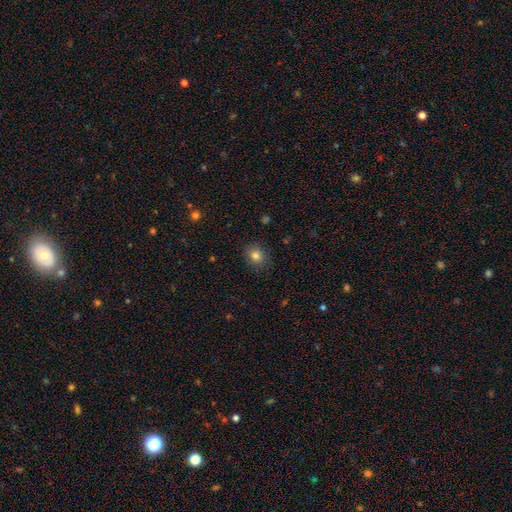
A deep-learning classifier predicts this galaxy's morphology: smooth_or_featured: smooth (p=0.81) [alt: star or artifact p=0.12]
how_rounded: round (p=0.67) [alt: in between p=0.33]
merging: none (p=0.88) [alt: minor disturbance p=0.09]